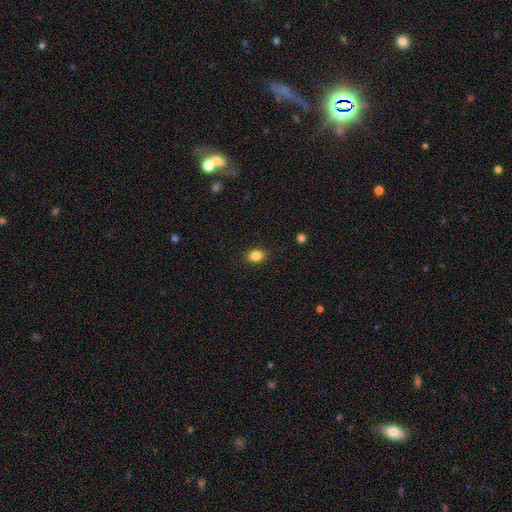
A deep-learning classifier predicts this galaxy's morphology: type=smooth (84%); roundness=in between (68%); merging=none (88%).